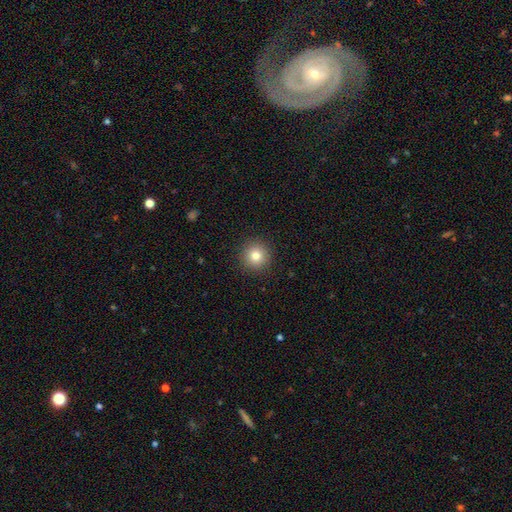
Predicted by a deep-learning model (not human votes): A smooth galaxy with no disk features (81%) that is round (95%).

Vote fractions:
- Smooth or featured? smooth: 81% / star or artifact: 12% / featured or disk: 7%
- How rounded? round: 95% / in between: 4% / cigar-shaped: 1%
- Merging? none: 92% / minor disturbance: 5% / major disturbance: 2% / merger: 1%